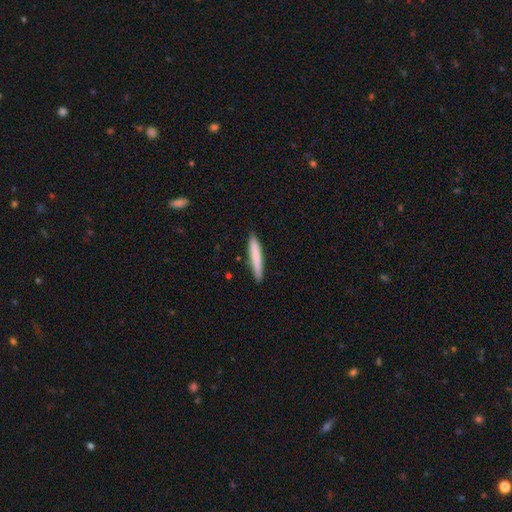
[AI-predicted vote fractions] Smooth or featured? Predicted: smooth (p=0.76). How rounded? Predicted: cigar-shaped (p=0.95). Merging? Predicted: none (p=0.88).